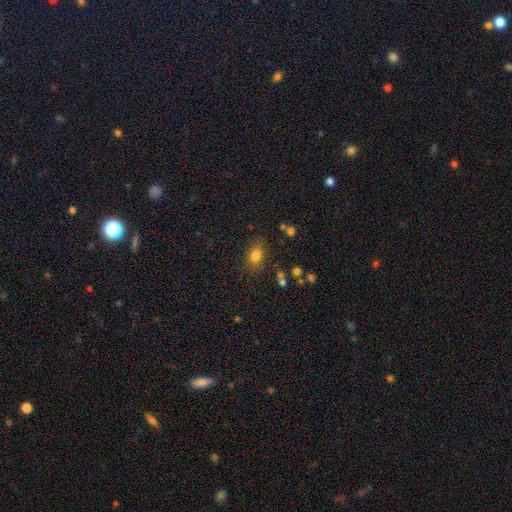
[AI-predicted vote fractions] Smooth or featured? smooth (80%)
How rounded? in between (69%)
Merging? none (80%)